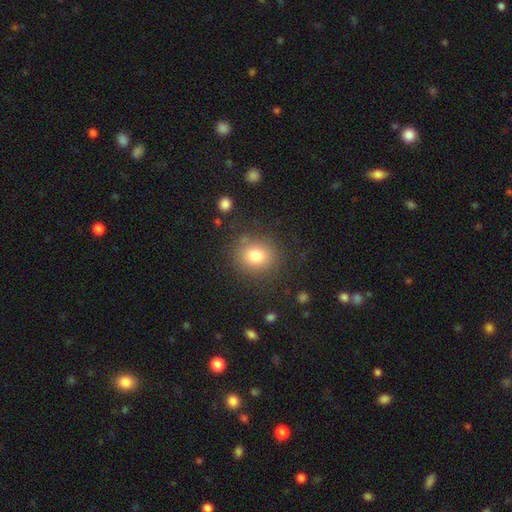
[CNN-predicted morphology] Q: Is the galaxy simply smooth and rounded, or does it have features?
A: smooth — 77%.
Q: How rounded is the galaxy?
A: round — 82%.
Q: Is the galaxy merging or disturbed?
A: none — 83%.